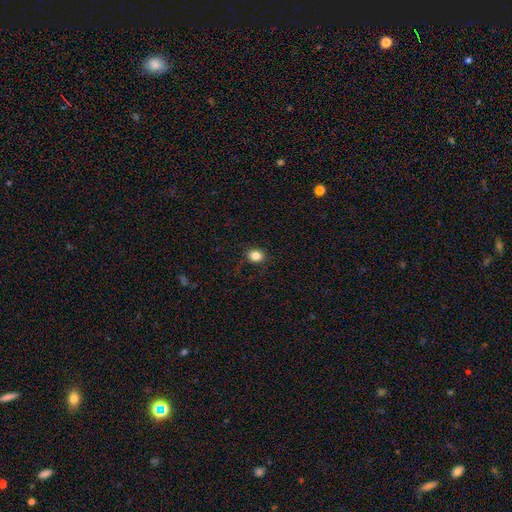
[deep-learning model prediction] This is clearly a smooth galaxy (84%). How rounded: possibly round (53%). Merging: clearly none (85%).